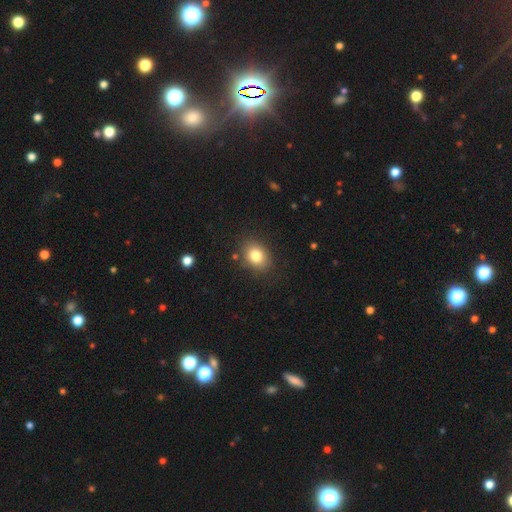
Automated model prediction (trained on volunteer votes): Q: Smooth or featured?
A: smooth (82%); runner-up: star or artifact (10%)
Q: How rounded?
A: in between (61%); runner-up: round (38%)
Q: Merging?
A: none (83%); runner-up: minor disturbance (11%)